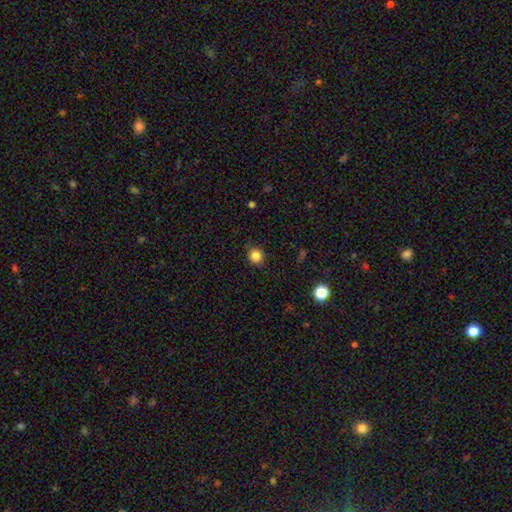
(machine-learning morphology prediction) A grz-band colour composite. It shows a smooth galaxy with no disk features (84%) that is round (85%). Merging: none (87%).